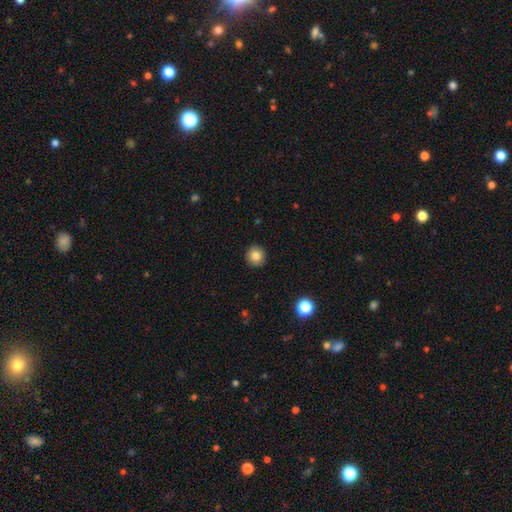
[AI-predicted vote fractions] Smooth or featured? smooth (82%)
How rounded? round (93%)
Merging? none (93%)